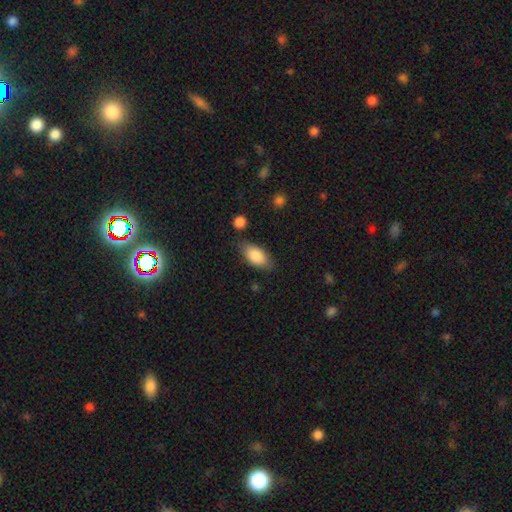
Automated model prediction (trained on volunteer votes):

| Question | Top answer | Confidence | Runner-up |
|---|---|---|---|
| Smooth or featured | smooth | 85% | featured or disk (9%) |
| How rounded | in between | 90% | cigar-shaped (6%) |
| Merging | none | 75% | minor disturbance (17%) |